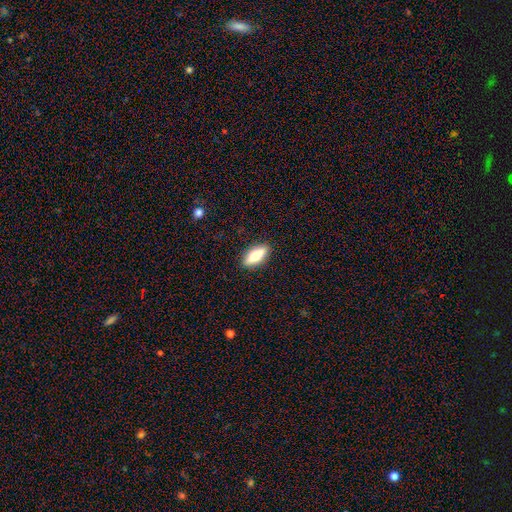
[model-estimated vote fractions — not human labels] Smooth or featured? smooth (61%)
How rounded? in between (68%)
Merging? none (89%)